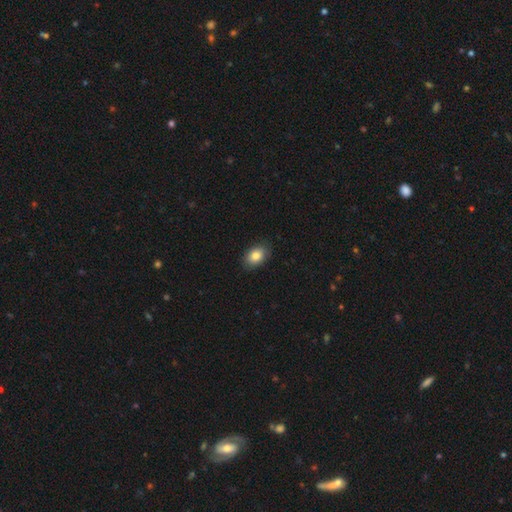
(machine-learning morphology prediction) smooth 84%, star or artifact 8%, featured or disk 8%. Down the decision tree: how rounded — in between (85%); merging — none (86%).